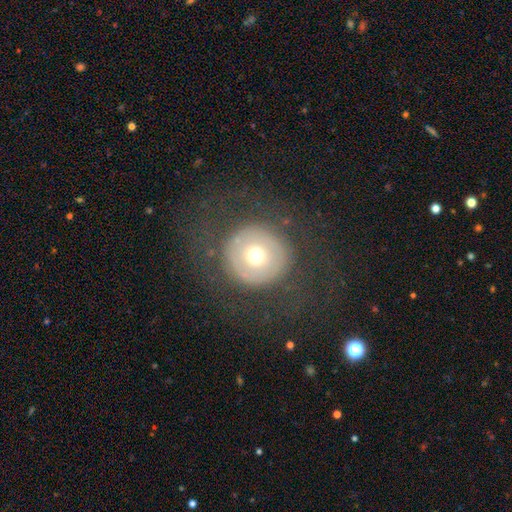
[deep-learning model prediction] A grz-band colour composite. It shows a smooth galaxy with no disk features (54%) that is round (93%). Merging: none (74%).